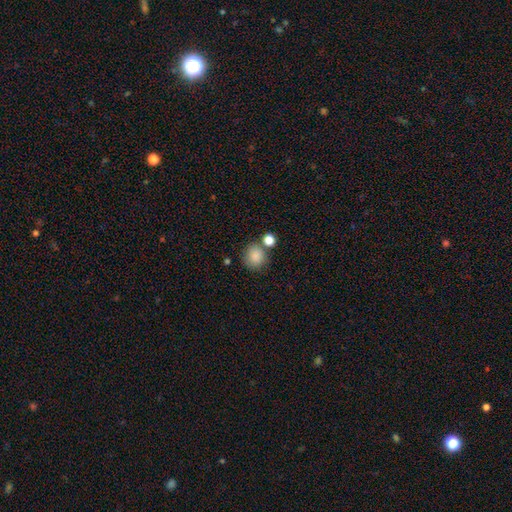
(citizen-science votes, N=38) This is clearly a smooth galaxy (95%). How rounded: clearly round (86%). Merging: likely none (68%).